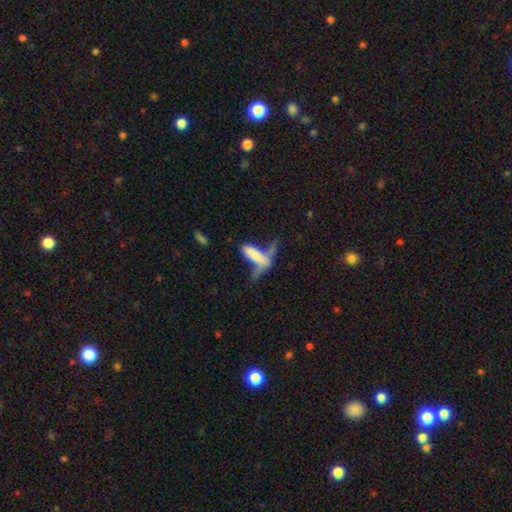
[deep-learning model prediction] Q: Smooth or featured?
A: smooth (62%); runner-up: featured or disk (29%)
Q: How rounded?
A: cigar-shaped (52%); runner-up: in between (45%)
Q: Merging?
A: merger (35%); runner-up: major disturbance (32%)